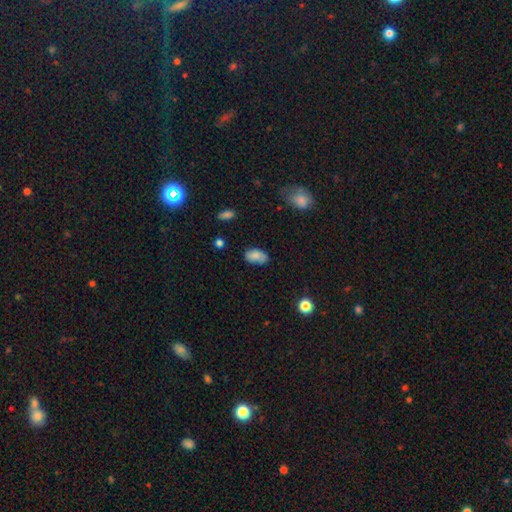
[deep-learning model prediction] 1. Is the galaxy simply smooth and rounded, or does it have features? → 78% smooth, 13% featured or disk, 8% star or artifact.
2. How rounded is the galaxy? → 92% in between, 7% round, 2% cigar-shaped.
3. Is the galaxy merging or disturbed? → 64% none, 27% minor disturbance, 6% major disturbance, 3% merger.